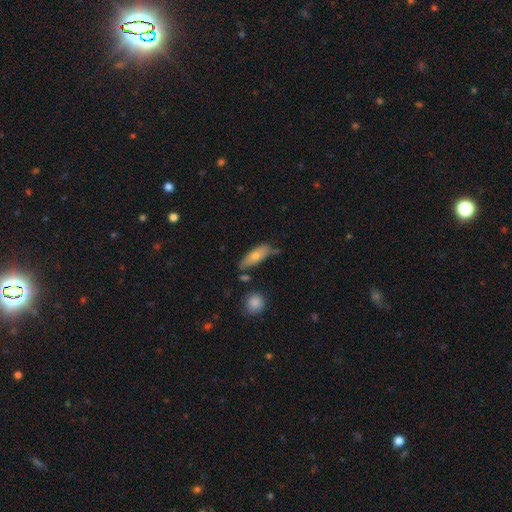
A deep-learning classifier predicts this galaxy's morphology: Q: Smooth or featured?
A: smooth (71%); runner-up: featured or disk (22%)
Q: How rounded?
A: in between (62%); runner-up: cigar-shaped (35%)
Q: Merging?
A: none (62%); runner-up: minor disturbance (24%)